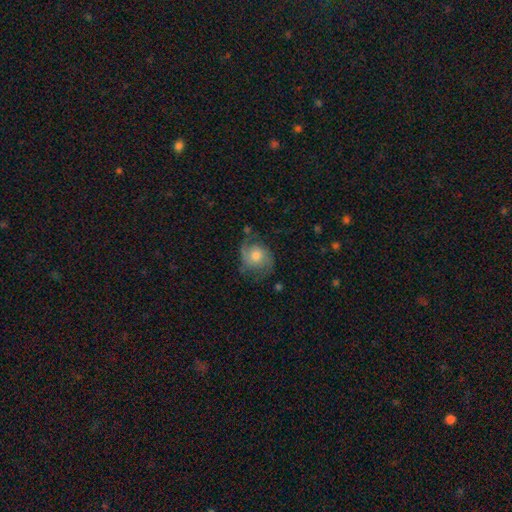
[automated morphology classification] featured or disk 61%, smooth 31%, star or artifact 8%. Down the decision tree: edge-on disk — no (97%); bar — no (75%); spiral arms — yes (89%); spiral arm count — 2 (72%); spiral winding — medium (45%); bulge size — moderate (61%); merging — none (59%).